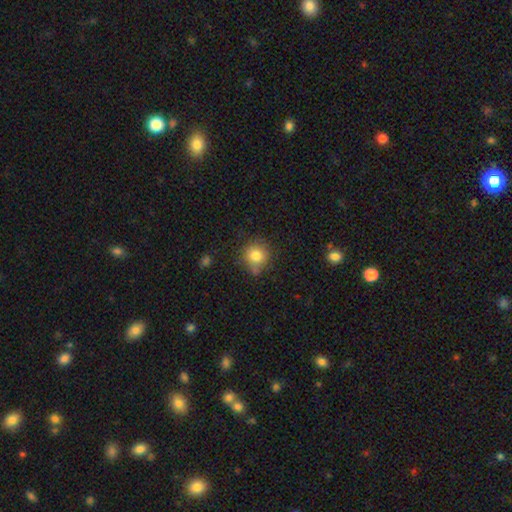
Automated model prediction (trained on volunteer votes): This appears to be a smooth galaxy with no disk features (81%) that is round (90%). Merging: none (73%).